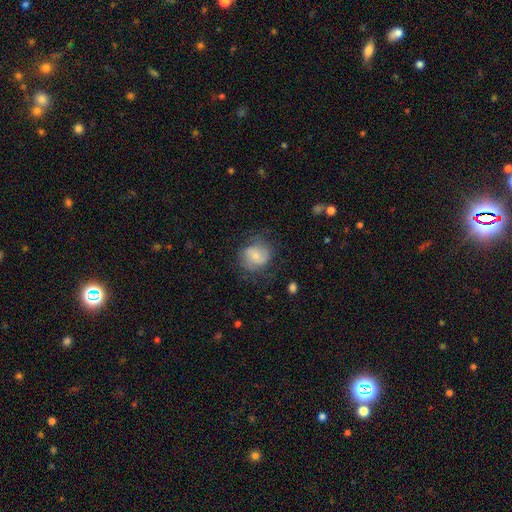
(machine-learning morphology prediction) Smooth or featured? Predicted: smooth (p=0.58). How rounded? Predicted: round (p=0.74). Merging? Predicted: none (p=0.62).